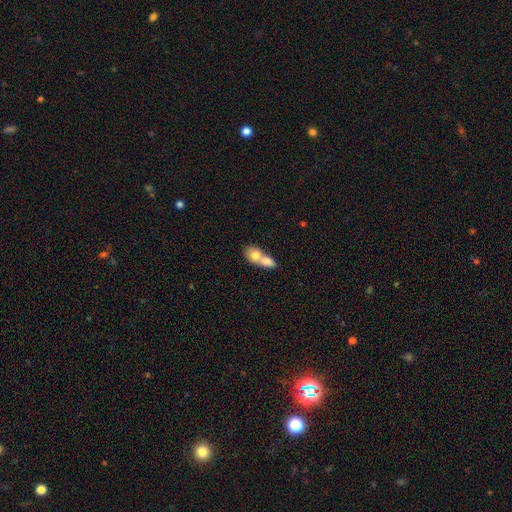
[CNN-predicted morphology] The model was most divided on "how rounded": in between: 61%, round: 33%, cigar-shaped: 5%. More confident: smooth or featured — smooth (74%); merging — merger (74%).